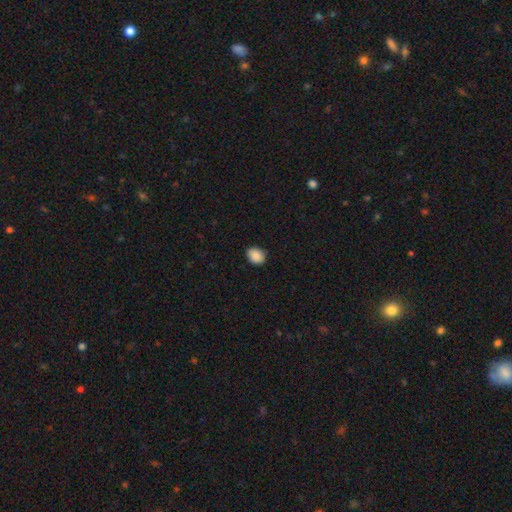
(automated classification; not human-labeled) This appears to be a smooth galaxy with no disk features (89%) that is round (50%). Merging: none (87%).